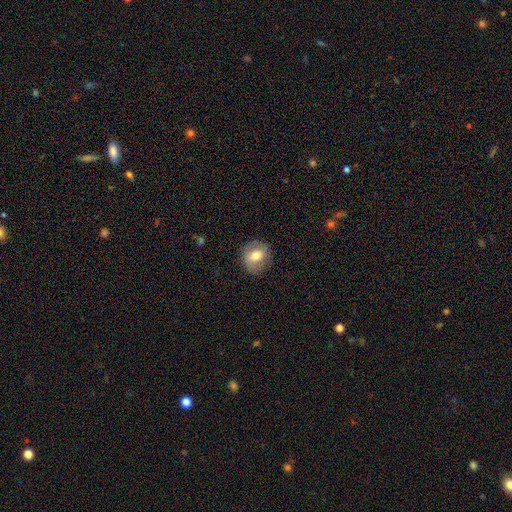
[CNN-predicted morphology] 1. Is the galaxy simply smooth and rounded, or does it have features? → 57% smooth, 35% featured or disk, 8% star or artifact.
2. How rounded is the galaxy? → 67% round, 32% in between, 1% cigar-shaped.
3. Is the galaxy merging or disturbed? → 80% none, 14% minor disturbance, 5% major disturbance, 1% merger.